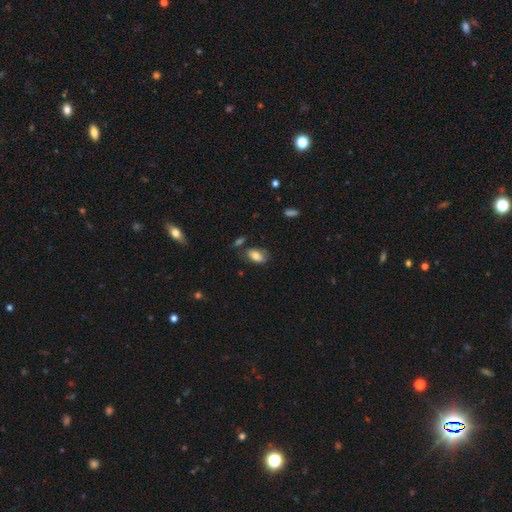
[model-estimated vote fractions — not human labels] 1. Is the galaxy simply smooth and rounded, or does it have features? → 77% smooth, 15% featured or disk, 8% star or artifact.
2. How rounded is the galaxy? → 92% in between, 5% round, 3% cigar-shaped.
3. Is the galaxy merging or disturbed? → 64% none, 21% minor disturbance, 8% merger, 7% major disturbance.